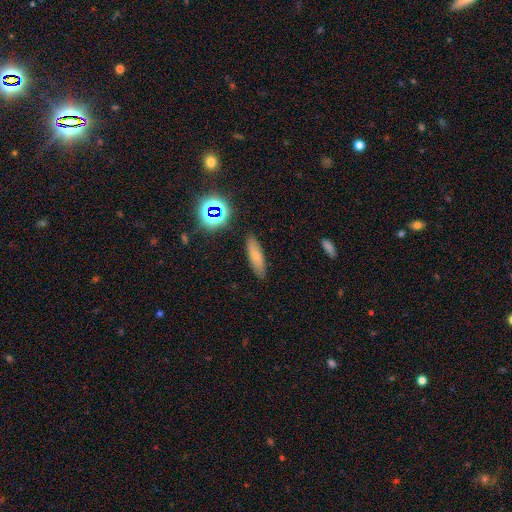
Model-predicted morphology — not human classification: A smooth galaxy with no disk features (69%) that is cigar-shaped (56%). Merging: none (84%).